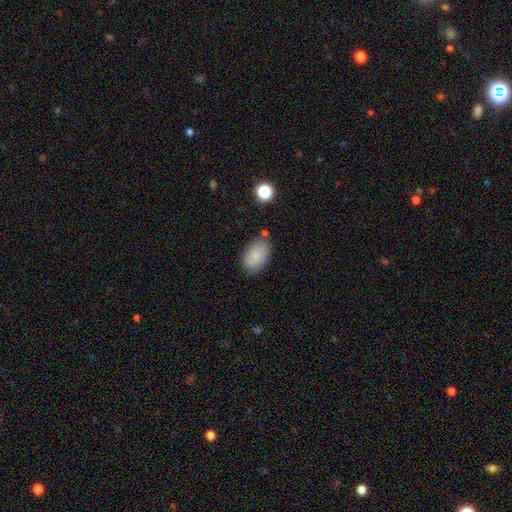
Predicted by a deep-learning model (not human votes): Smooth or featured? smooth (80%)
How rounded? in between (90%)
Merging? none (75%)